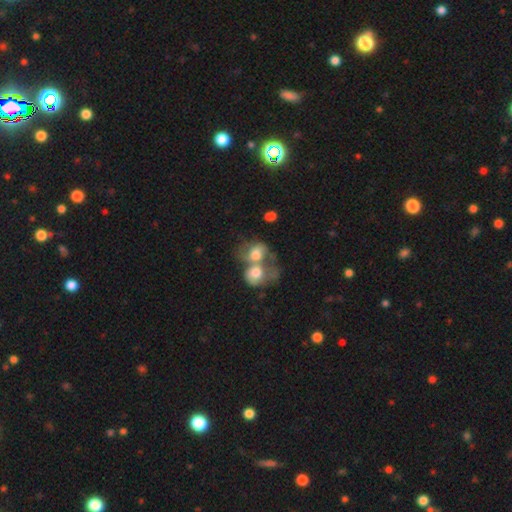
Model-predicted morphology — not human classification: type=smooth (56%); roundness=in between (53%); merging=merger (77%).